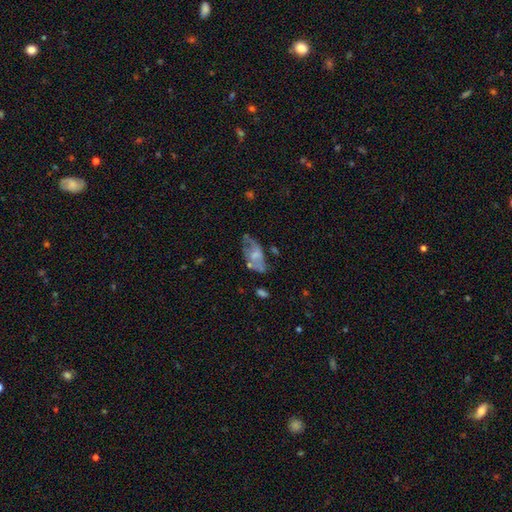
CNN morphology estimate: smooth_or_featured: featured or disk (p=0.51) [alt: smooth p=0.41]
disk_edge_on: no (p=0.92) [alt: yes p=0.08]
merging: none (p=0.40) [alt: minor disturbance p=0.29]